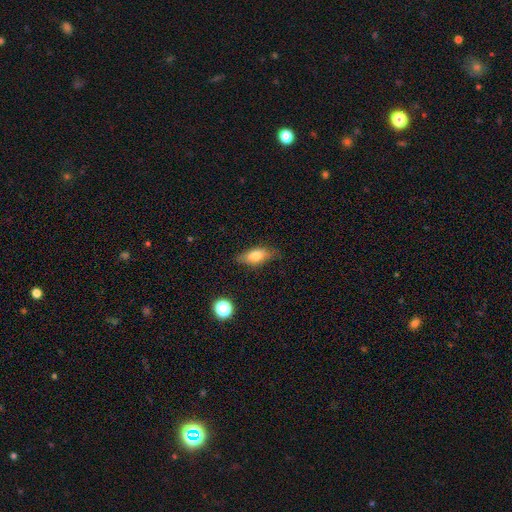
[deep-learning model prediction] Smooth or featured: smooth — 73% (featured or disk — 18%)
How rounded: in between — 78% (cigar-shaped — 16%)
Merging: none — 77% (minor disturbance — 18%)